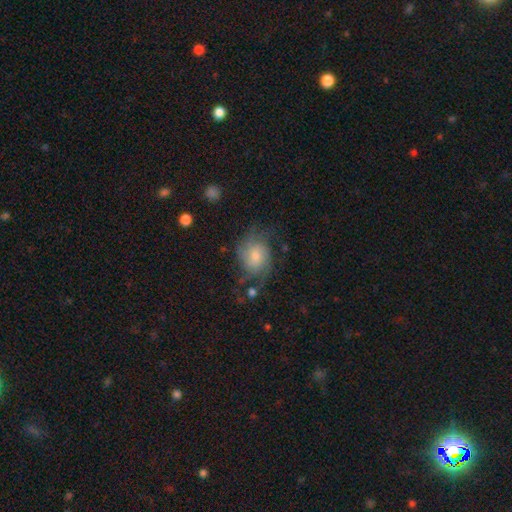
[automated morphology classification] type=featured or disk (59%); edge-on=no (97%); bar=no (68%); spiral arms=yes (87%); bulge=moderate (47%); merging=none (54%).